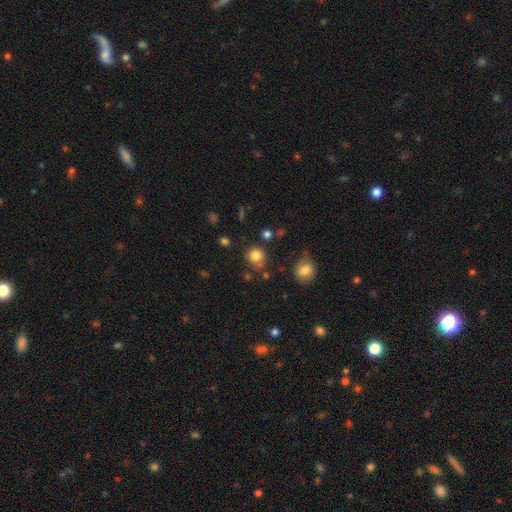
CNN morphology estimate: smooth_or_featured: smooth (p=0.82) [alt: star or artifact p=0.12]
how_rounded: round (p=0.85) [alt: in between p=0.14]
merging: none (p=0.71) [alt: minor disturbance p=0.16]